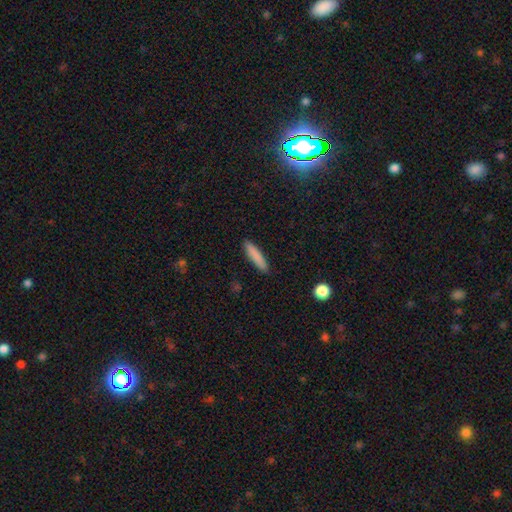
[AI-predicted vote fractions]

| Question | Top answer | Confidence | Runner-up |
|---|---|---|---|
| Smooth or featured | smooth | 85% | featured or disk (9%) |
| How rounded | cigar-shaped | 85% | in between (14%) |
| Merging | none | 90% | minor disturbance (7%) |